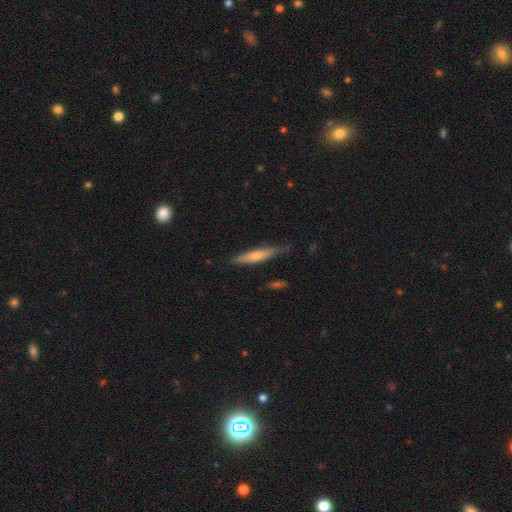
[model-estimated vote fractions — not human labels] Smooth or featured? Predicted: featured or disk (p=0.49). Merging? Predicted: none (p=0.76).